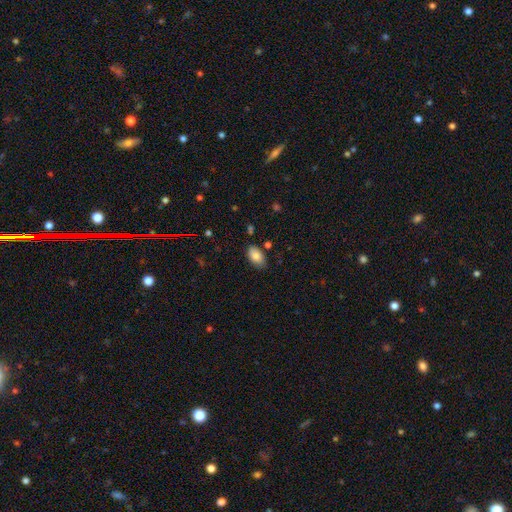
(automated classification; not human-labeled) Smooth or featured? Predicted: smooth (p=0.84). How rounded? Predicted: in between (p=0.93). Merging? Predicted: none (p=0.79).